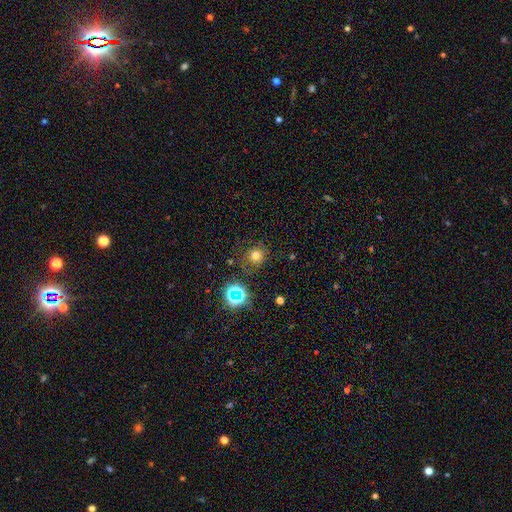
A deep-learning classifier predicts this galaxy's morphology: smooth_or_featured: smooth (p=0.69) [alt: star or artifact p=0.22]
how_rounded: round (p=0.90) [alt: in between p=0.09]
merging: none (p=0.81) [alt: minor disturbance p=0.11]